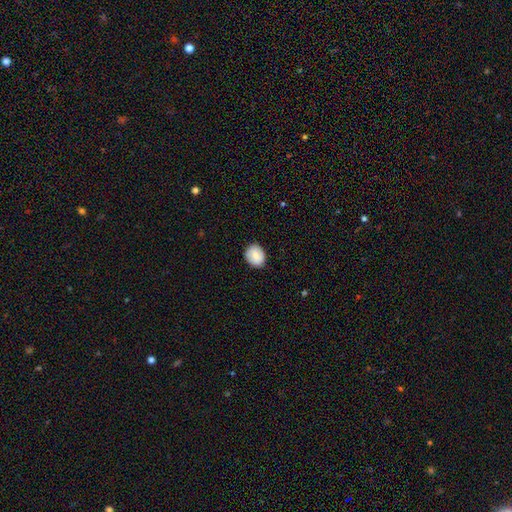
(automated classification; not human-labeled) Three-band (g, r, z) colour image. It shows a smooth galaxy with no disk features (81%) that is round (60%). Merging: none (85%).